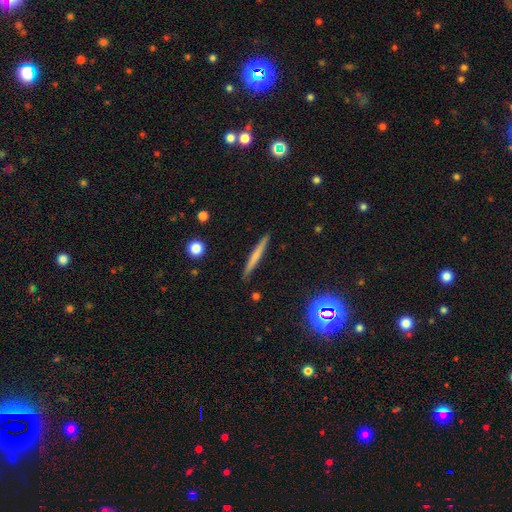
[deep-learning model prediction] smooth 54%, featured or disk 38%, star or artifact 8%. Down the decision tree: how rounded — cigar-shaped (96%); merging — none (90%).